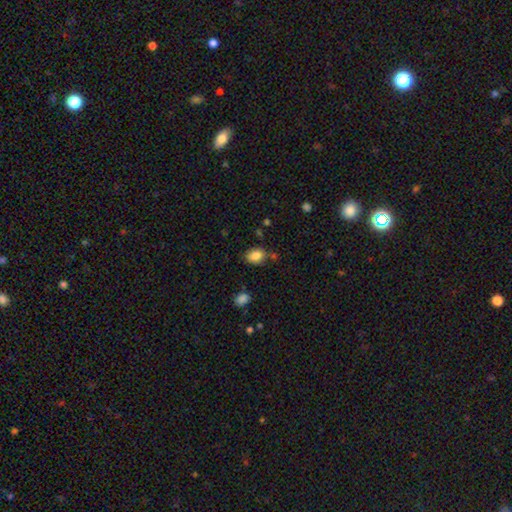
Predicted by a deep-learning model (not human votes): A smooth galaxy with no disk features (85%) that is in between round and cigar-shaped (75%).

Vote fractions:
- Smooth or featured? smooth: 85% / star or artifact: 9% / featured or disk: 6%
- How rounded? in between: 75% / round: 24% / cigar-shaped: 1%
- Merging? none: 73% / minor disturbance: 17% / merger: 6% / major disturbance: 4%